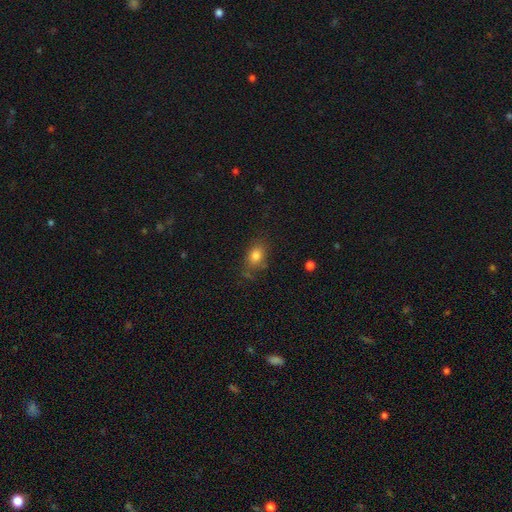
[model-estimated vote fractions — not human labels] This is clearly a smooth galaxy (80%). How rounded: likely in between (70%). Merging: likely none (67%).